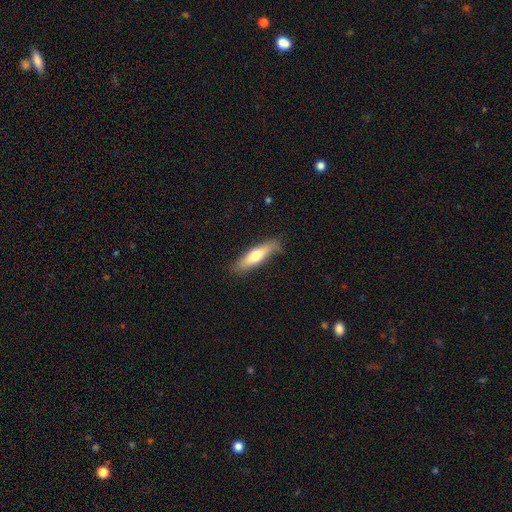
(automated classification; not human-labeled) Smooth or featured? smooth (59%)
How rounded? cigar-shaped (70%)
Merging? none (78%)